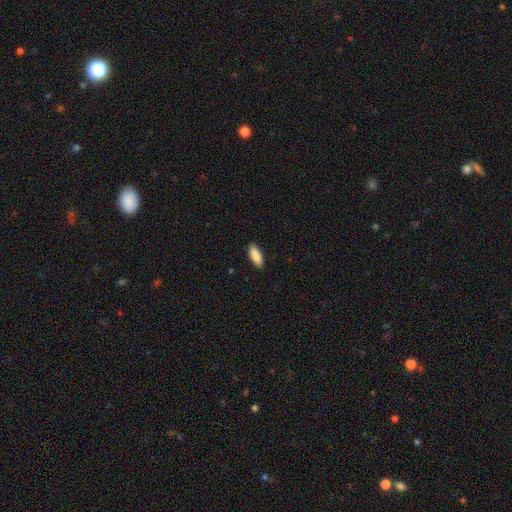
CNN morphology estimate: This appears to be a smooth galaxy with no disk features (90%) that is in between round and cigar-shaped (73%). Merging: none (89%).